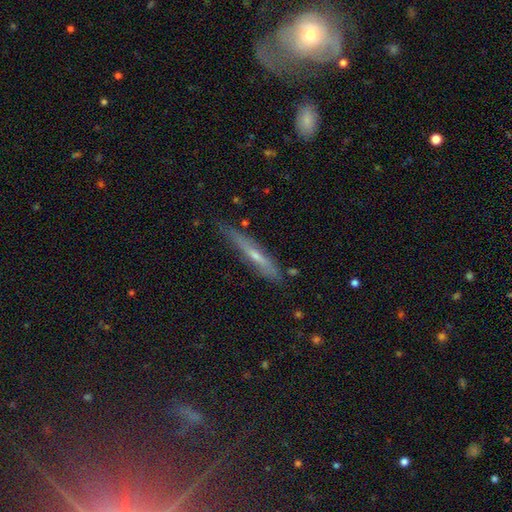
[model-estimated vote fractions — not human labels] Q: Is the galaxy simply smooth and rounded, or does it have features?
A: featured or disk — 58%.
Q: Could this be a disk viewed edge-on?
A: yes — 90%.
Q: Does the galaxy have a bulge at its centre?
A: rounded — 63%.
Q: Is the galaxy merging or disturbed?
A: none — 77%.